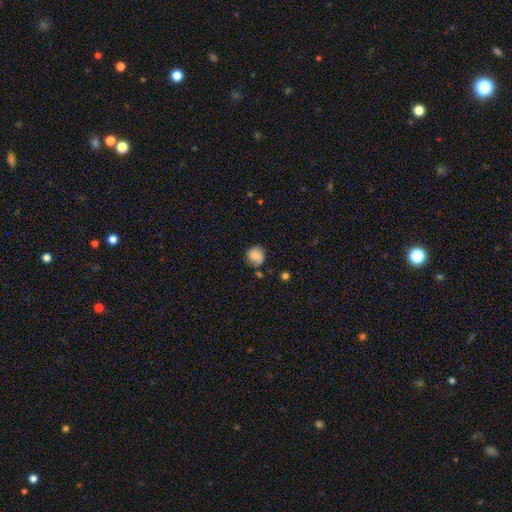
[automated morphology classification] smooth-or-featured: smooth: 82% | star or artifact: 9% | featured or disk: 9%
  how-rounded: round: 85% | in between: 14% | cigar-shaped: 1%
  merging: none: 66% | minor disturbance: 22% | merger: 7% | major disturbance: 6%